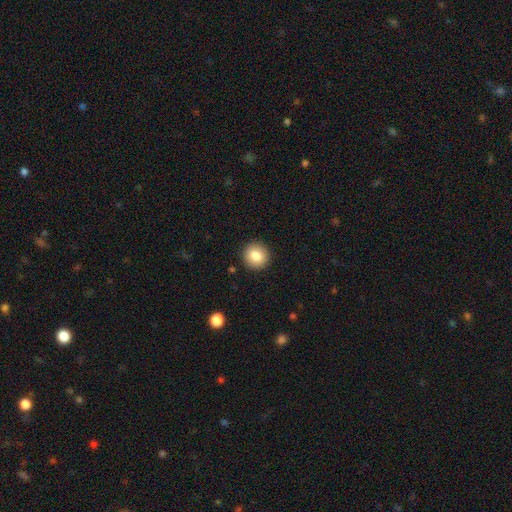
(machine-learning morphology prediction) The model was most divided on "smooth or featured": smooth: 85%, star or artifact: 9%, featured or disk: 7%. More confident: how rounded — round (93%); merging — none (92%).